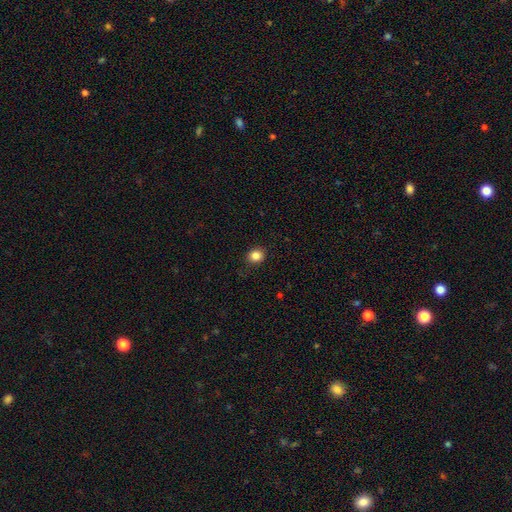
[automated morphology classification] Smooth or featured?
  - smooth: 84% *
  - star or artifact: 11%
  - featured or disk: 5%
How rounded?
  - round: 73% *
  - in between: 26%
  - cigar-shaped: 1%
Merging?
  - none: 88% *
  - minor disturbance: 9%
  - major disturbance: 2%
  - merger: 1%